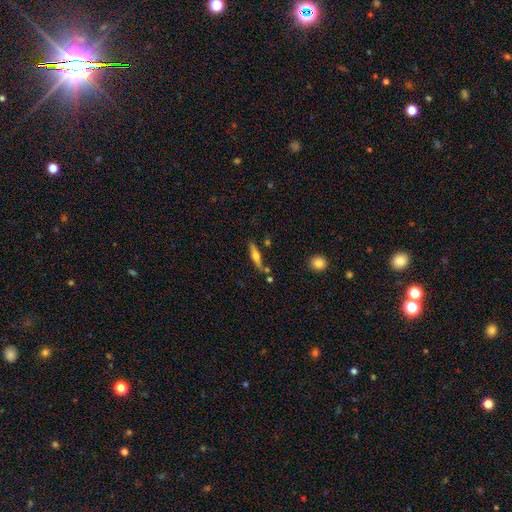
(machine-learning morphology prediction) The model was most divided on "smooth or featured": featured or disk: 52%, smooth: 42%, star or artifact: 6%. More confident: edge-on disk — yes (94%); merging — none (76%).